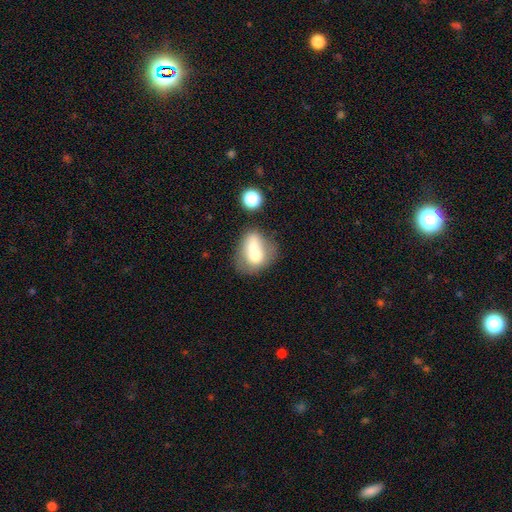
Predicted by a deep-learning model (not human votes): This is likely a smooth galaxy (63%). How rounded: likely in between (60%). Merging: possibly merger (50%).